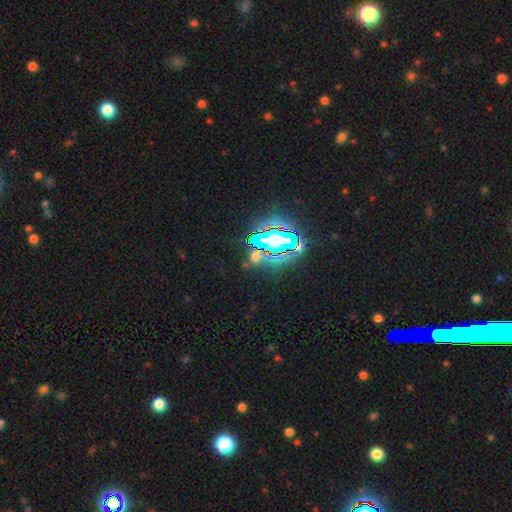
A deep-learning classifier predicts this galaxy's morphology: Smooth or featured: star or artifact — 67% (smooth — 21%)